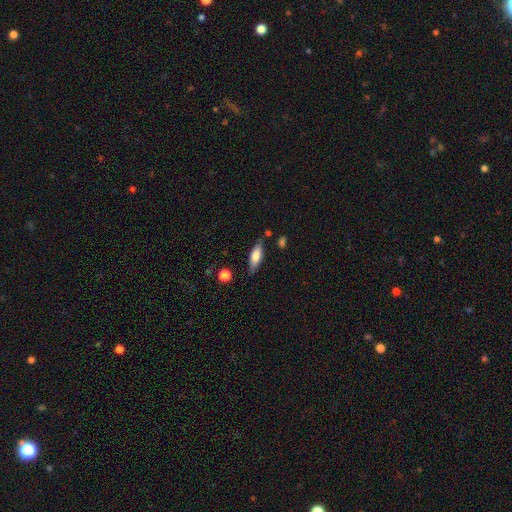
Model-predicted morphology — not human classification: This is likely a smooth galaxy (68%). How rounded: possibly in between (59%). Merging: likely none (76%).